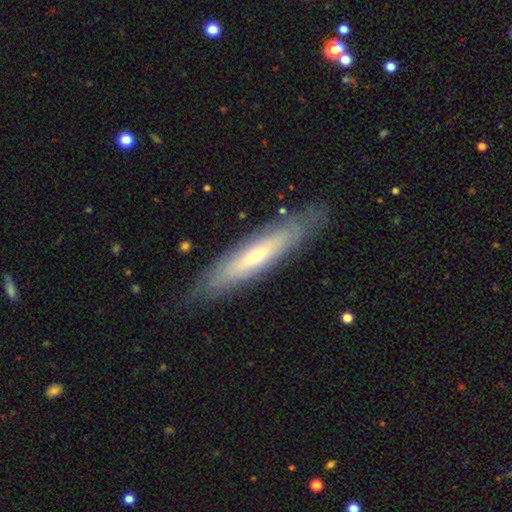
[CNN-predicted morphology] Smooth or featured? featured or disk (60%)
Edge-on disk? yes (60%)
Merging? none (81%)